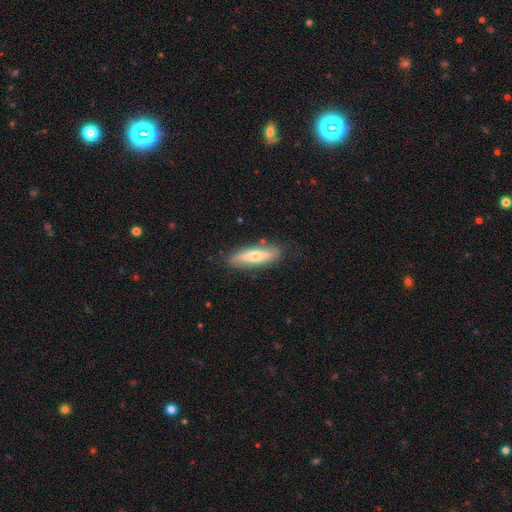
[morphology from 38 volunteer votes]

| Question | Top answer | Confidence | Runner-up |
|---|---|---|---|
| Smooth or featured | smooth | 50% | featured or disk (39%) |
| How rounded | cigar-shaped | 58% | in between (42%) |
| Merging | none | 82% | minor disturbance (18%) |